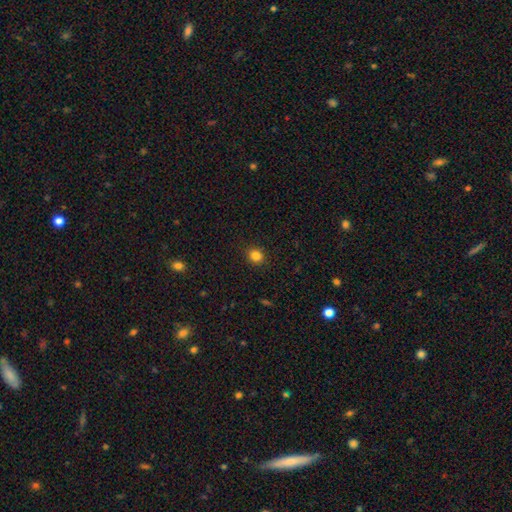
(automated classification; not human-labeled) A smooth galaxy with no disk features (84%) that is round (79%).

Vote fractions:
- Smooth or featured? smooth: 84% / star or artifact: 12% / featured or disk: 4%
- How rounded? round: 79% / in between: 20% / cigar-shaped: 1%
- Merging? none: 90% / minor disturbance: 7% / major disturbance: 2% / merger: 1%